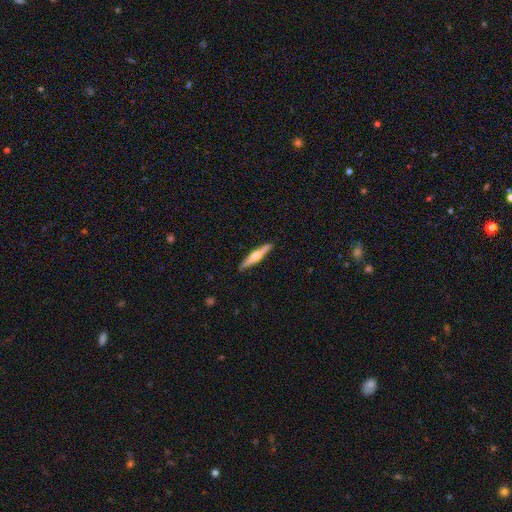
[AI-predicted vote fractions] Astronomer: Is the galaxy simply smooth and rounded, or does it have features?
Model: featured or disk — 61%.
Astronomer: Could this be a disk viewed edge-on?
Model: yes — 97%.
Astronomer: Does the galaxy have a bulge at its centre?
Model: rounded — 91%.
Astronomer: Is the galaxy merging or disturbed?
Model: none — 90%.